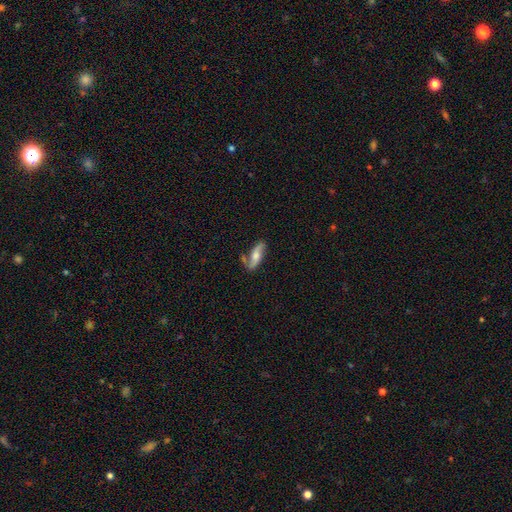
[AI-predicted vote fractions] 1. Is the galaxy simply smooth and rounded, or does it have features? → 56% featured or disk, 37% smooth, 7% star or artifact.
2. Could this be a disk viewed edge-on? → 75% no, 25% yes.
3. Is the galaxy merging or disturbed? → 63% none, 21% minor disturbance, 9% merger, 8% major disturbance.